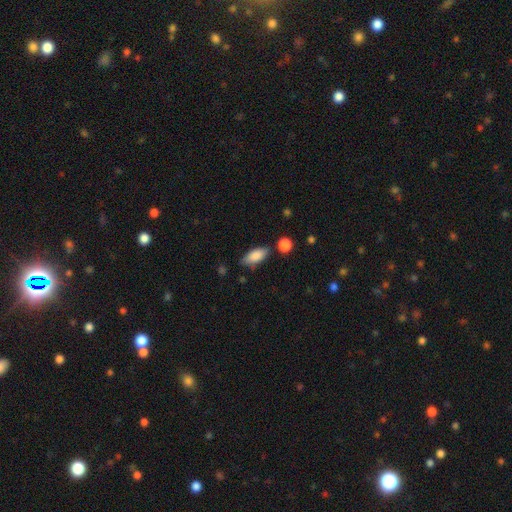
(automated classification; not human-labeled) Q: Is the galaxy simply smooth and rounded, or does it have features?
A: smooth — 85%.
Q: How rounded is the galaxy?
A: in between — 85%.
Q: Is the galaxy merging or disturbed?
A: none — 72%.